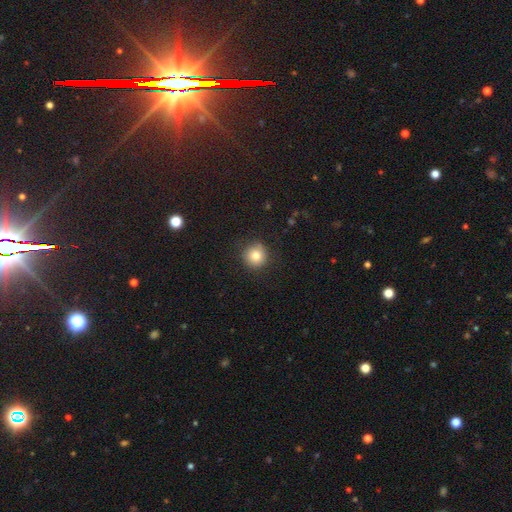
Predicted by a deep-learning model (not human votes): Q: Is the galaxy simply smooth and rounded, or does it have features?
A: smooth — 79%.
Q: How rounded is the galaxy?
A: round — 94%.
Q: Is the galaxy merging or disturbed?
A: none — 88%.